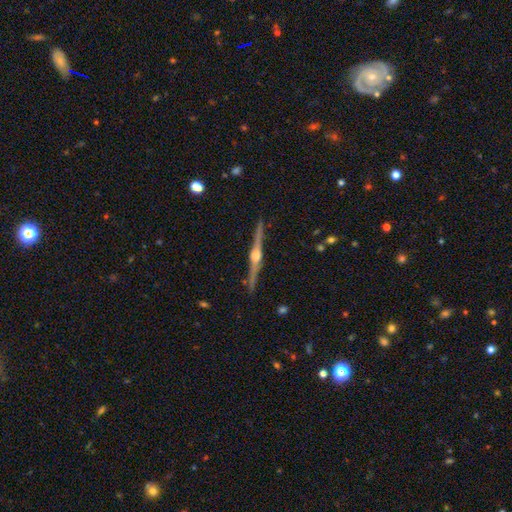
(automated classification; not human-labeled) featured or disk 87%, smooth 8%, star or artifact 5%. Down the decision tree: edge-on disk — yes (99%); edge-on bulge — rounded (93%); merging — none (91%).